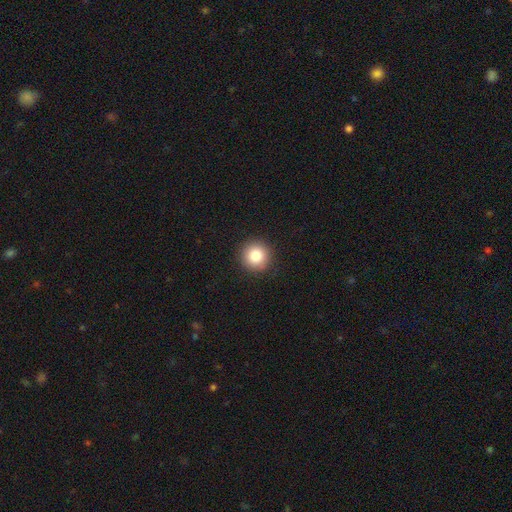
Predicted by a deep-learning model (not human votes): This appears to be a smooth galaxy with no disk features (84%) that is round (95%). Merging: none (92%).